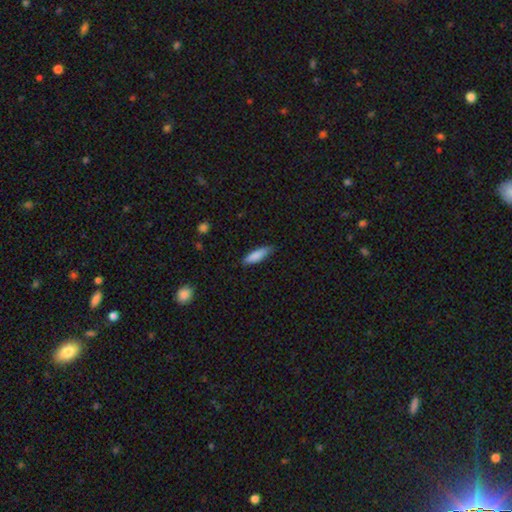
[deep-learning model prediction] Smooth or featured? smooth (85%)
How rounded? cigar-shaped (53%)
Merging? none (79%)